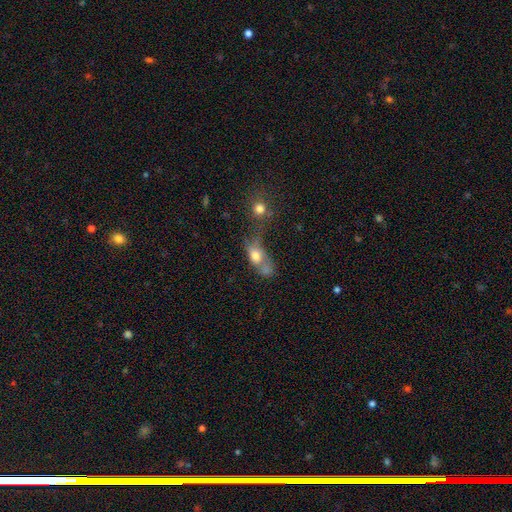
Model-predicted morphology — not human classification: smooth_or_featured: smooth (p=0.70) [alt: featured or disk p=0.19]
how_rounded: in between (p=0.65) [alt: round p=0.29]
merging: merger (p=0.50) [alt: none p=0.23]